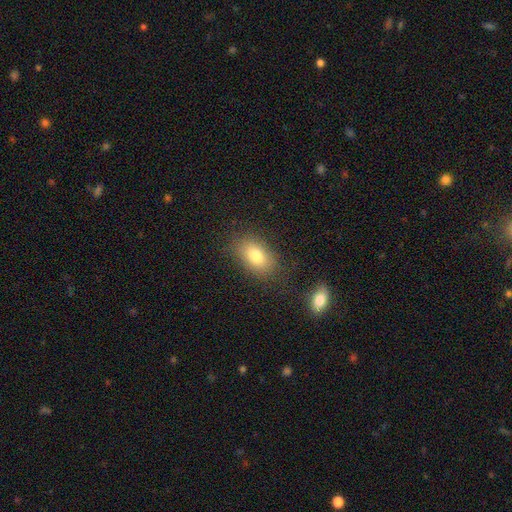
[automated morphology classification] type=smooth (79%); roundness=in between (86%); merging=none (80%).